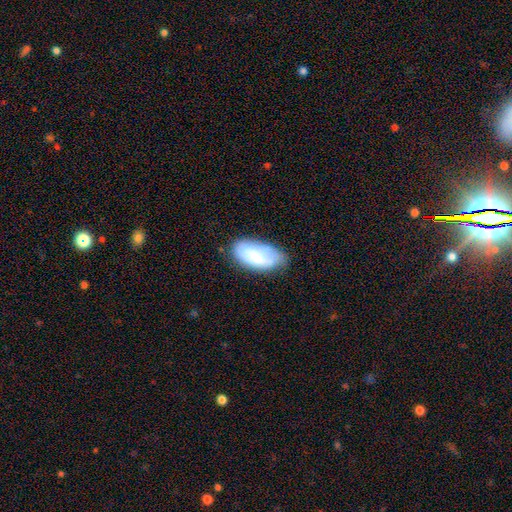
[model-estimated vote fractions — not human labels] Smooth or featured: smooth — 73% (featured or disk — 20%)
How rounded: in between — 92% (cigar-shaped — 6%)
Merging: none — 61% (minor disturbance — 28%)